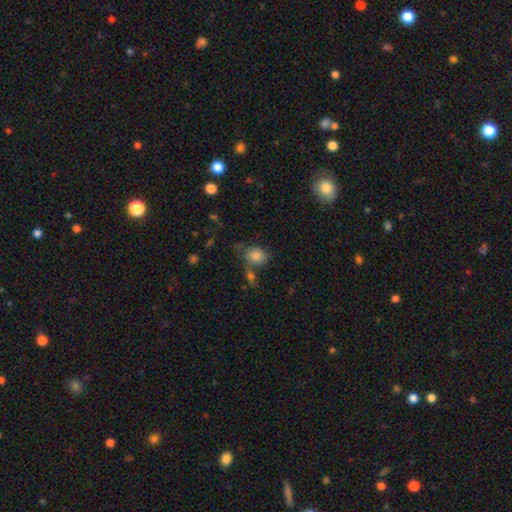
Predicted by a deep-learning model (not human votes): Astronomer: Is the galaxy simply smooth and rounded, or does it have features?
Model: smooth — 82%.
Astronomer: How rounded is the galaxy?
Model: in between — 52% (runner-up: round, 46%).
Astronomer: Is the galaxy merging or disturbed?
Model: none — 54%.